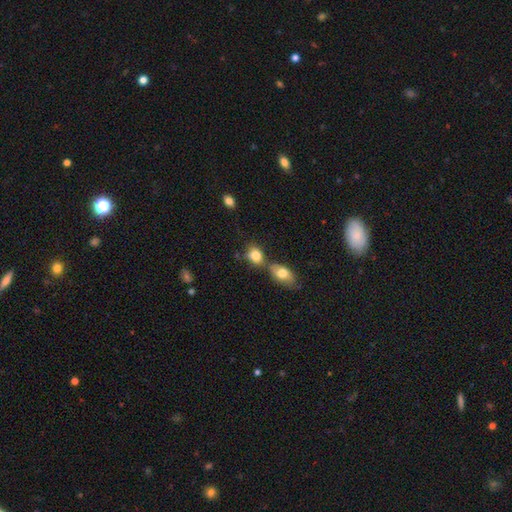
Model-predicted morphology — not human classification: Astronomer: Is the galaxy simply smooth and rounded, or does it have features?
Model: smooth — 81%.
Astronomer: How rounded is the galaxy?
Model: in between — 72%.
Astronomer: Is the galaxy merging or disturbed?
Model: merger — 43% (runner-up: none, 40%).